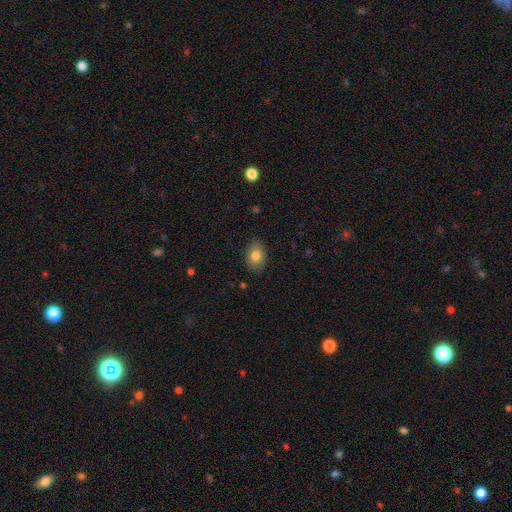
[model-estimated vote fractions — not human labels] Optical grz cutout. It shows a smooth galaxy with no disk features (81%) that is in between round and cigar-shaped (80%). Merging: none (86%).